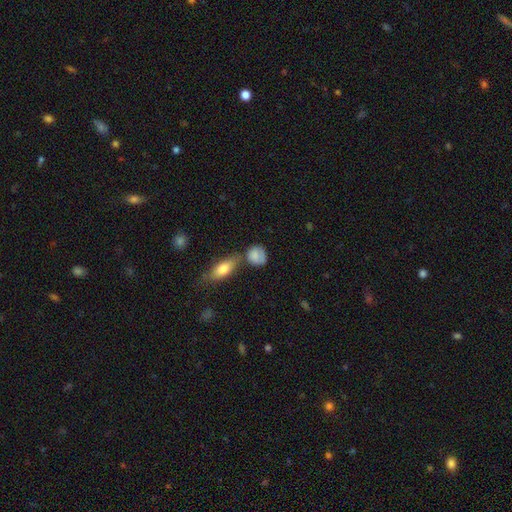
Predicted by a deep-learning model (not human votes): Smooth or featured: smooth — 81% (featured or disk — 12%)
How rounded: round — 63% (in between — 34%)
Merging: none — 50% (minor disturbance — 21%)